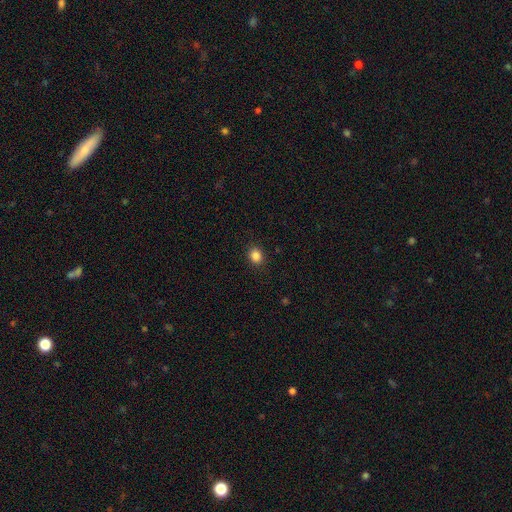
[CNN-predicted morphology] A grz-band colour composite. It shows a smooth galaxy with no disk features (86%) that is round (63%). Merging: none (90%).